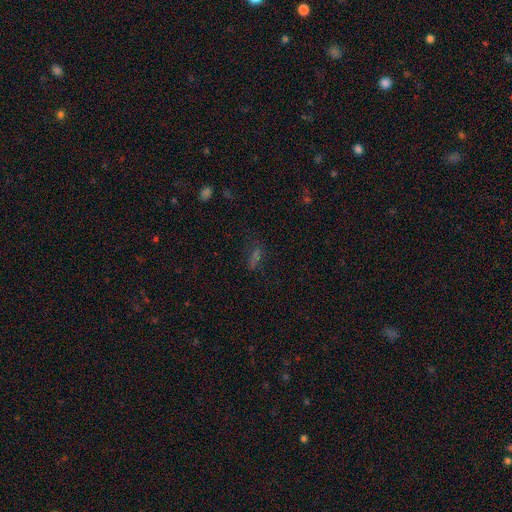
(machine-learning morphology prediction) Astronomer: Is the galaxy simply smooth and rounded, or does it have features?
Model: smooth — 46% (runner-up: star or artifact, 38%).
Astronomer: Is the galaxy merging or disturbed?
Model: none — 66%.